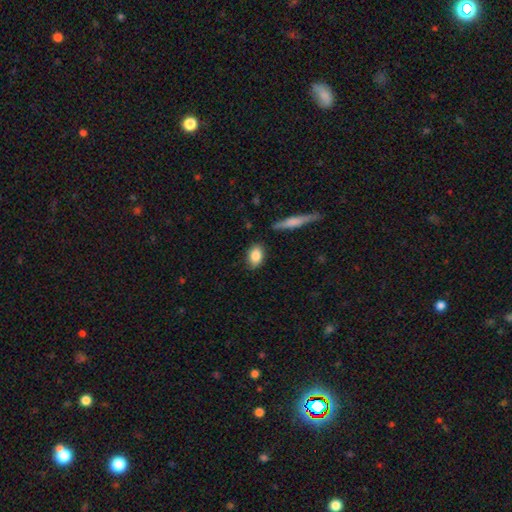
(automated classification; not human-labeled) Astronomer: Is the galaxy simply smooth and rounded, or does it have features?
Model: smooth — 84%.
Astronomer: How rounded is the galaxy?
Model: in between — 83%.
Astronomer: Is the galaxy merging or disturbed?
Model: none — 85%.